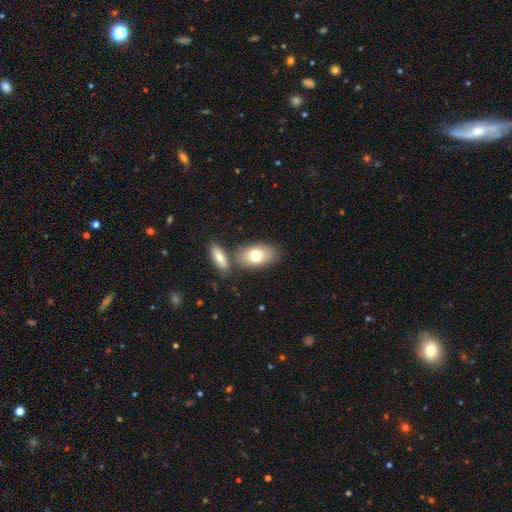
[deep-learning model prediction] smooth 75%, featured or disk 18%, star or artifact 7%. Down the decision tree: how rounded — in between (90%); merging — none (62%).